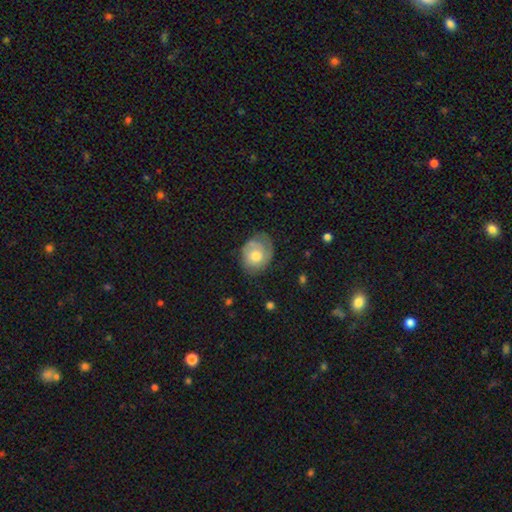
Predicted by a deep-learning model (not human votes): This is possibly a smooth galaxy (52%). How rounded: possibly round (56%). Merging: possibly none (58%).